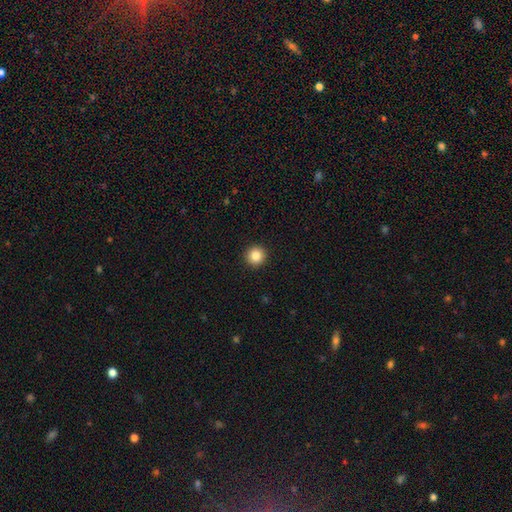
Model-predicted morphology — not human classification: Smooth or featured? Predicted: smooth (p=0.85). How rounded? Predicted: round (p=0.95). Merging? Predicted: none (p=0.94).